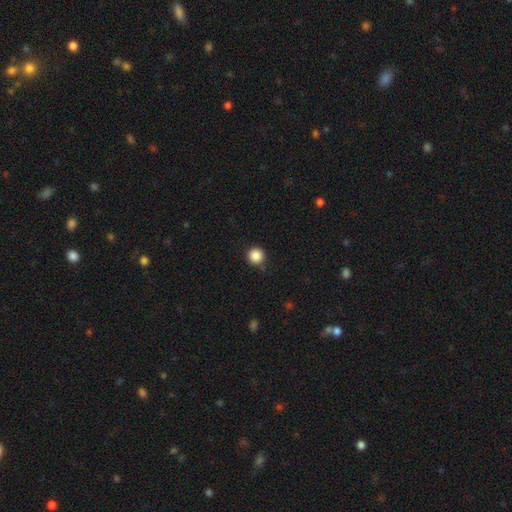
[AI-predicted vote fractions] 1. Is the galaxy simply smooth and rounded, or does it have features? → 87% smooth, 10% star or artifact, 3% featured or disk.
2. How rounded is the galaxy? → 95% round, 4% in between, 1% cigar-shaped.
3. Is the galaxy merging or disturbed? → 88% none, 8% minor disturbance, 2% major disturbance, 2% merger.